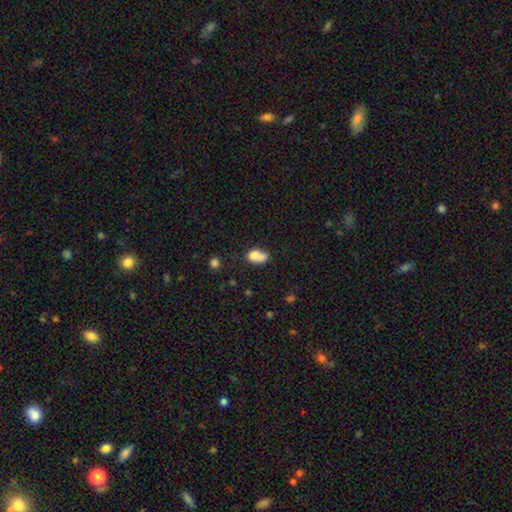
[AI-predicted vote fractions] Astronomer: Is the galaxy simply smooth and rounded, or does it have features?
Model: smooth — 74%.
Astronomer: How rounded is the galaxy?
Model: in between — 79%.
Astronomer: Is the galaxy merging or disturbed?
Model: merger — 39% (runner-up: none, 29%).